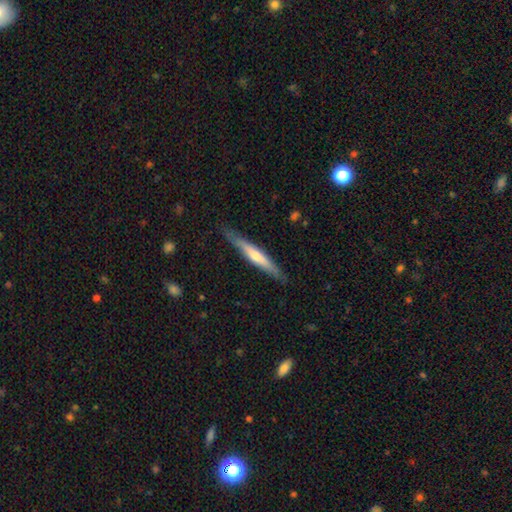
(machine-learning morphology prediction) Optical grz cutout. It shows a featured or disk galaxy (55%) viewed edge-on (95%) with a rounded central bulge (67%). Merging: none (86%).